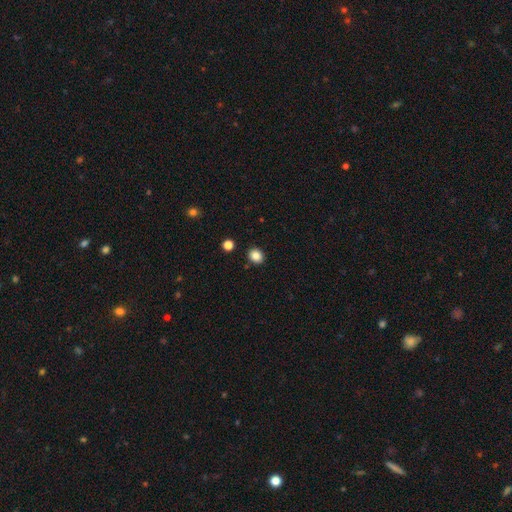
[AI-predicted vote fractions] This appears to be a smooth galaxy with no disk features (85%) that is round (65%). Merging: none (88%).